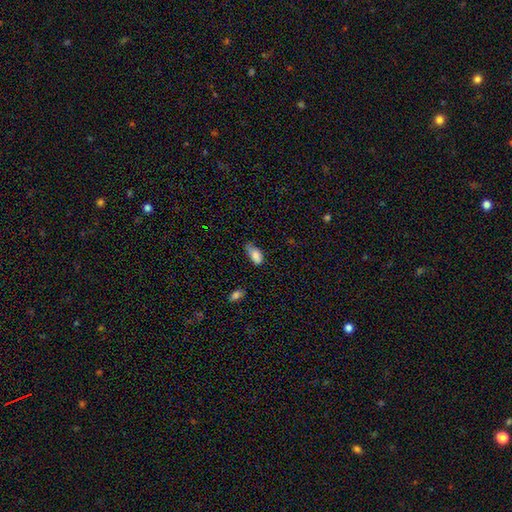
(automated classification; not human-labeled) Smooth or featured: smooth — 82% (featured or disk — 10%)
How rounded: in between — 89% (cigar-shaped — 7%)
Merging: minor disturbance — 45% (none — 33%)